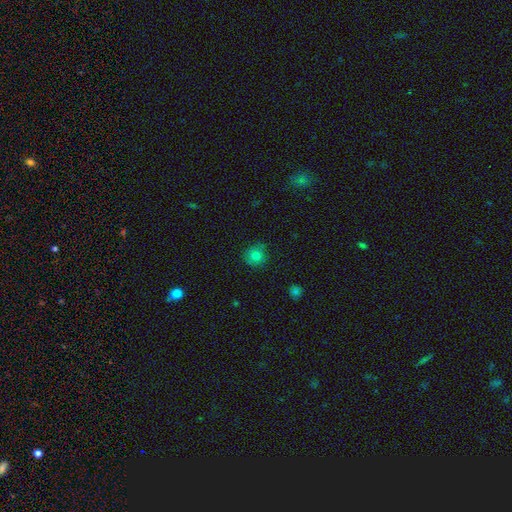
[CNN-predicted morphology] This is clearly a smooth galaxy (81%). How rounded: clearly round (90%). Merging: clearly none (81%).